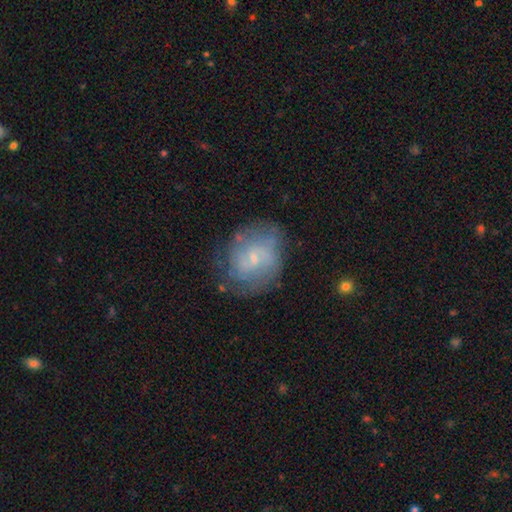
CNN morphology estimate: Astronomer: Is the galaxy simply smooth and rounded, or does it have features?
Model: featured or disk — 53% (runner-up: smooth, 35%).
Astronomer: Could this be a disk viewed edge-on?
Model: no — 96%.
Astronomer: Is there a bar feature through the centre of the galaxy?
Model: no — 62%.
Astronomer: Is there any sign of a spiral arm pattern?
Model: yes — 73%.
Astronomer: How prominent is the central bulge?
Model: small — 68%.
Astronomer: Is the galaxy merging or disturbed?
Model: none — 71%.